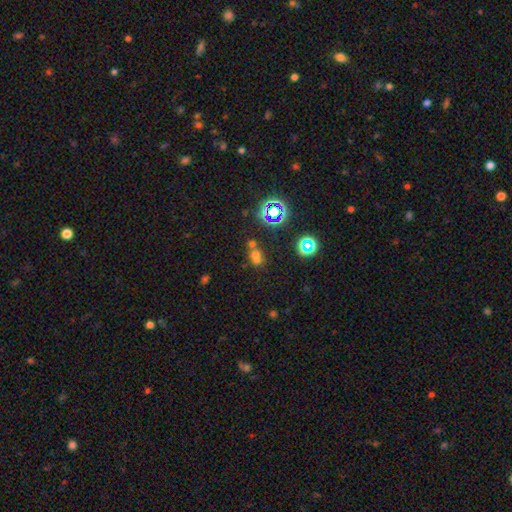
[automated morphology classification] A smooth galaxy with no disk features (53%) that is round (68%). Merging: merger (45%).